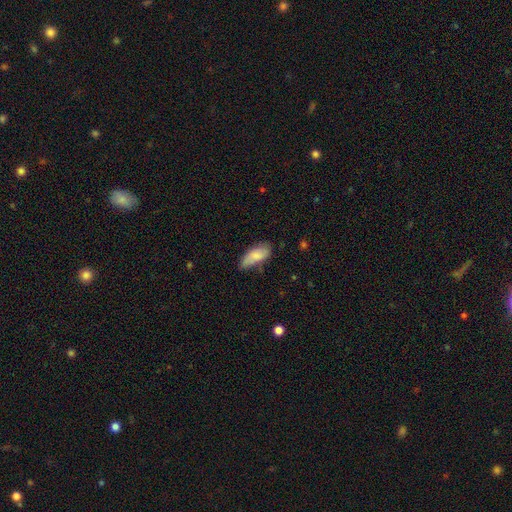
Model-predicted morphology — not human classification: Smooth or featured? Predicted: smooth (p=0.81). How rounded? Predicted: in between (p=0.81). Merging? Predicted: none (p=0.56).